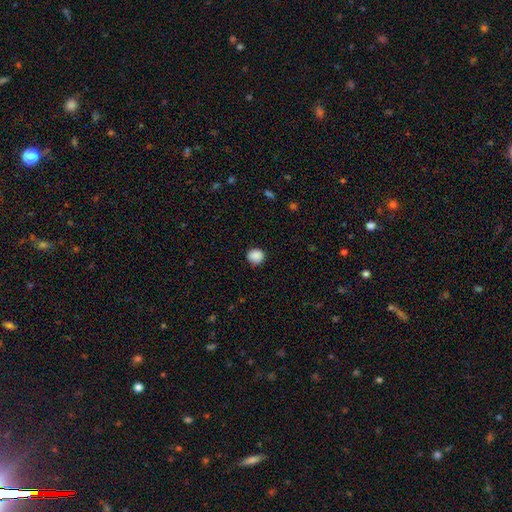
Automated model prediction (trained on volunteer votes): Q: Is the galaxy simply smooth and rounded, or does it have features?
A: smooth — 88%.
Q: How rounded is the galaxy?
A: round — 84%.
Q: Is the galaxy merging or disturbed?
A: none — 83%.